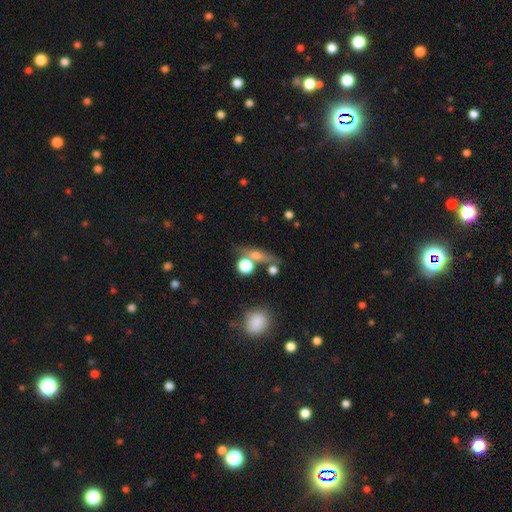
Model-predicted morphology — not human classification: smooth-or-featured: smooth: 54% | featured or disk: 30% | star or artifact: 16%
  how-rounded: round: 35% | cigar-shaped: 34% | in between: 30%
  merging: none: 60% | merger: 20% | minor disturbance: 13% | major disturbance: 7%